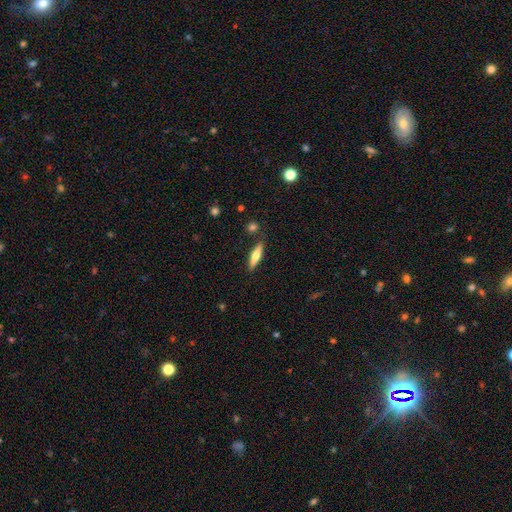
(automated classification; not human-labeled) Q: Smooth or featured?
A: smooth (48%); runner-up: featured or disk (46%)
Q: Merging?
A: none (85%); runner-up: minor disturbance (9%)